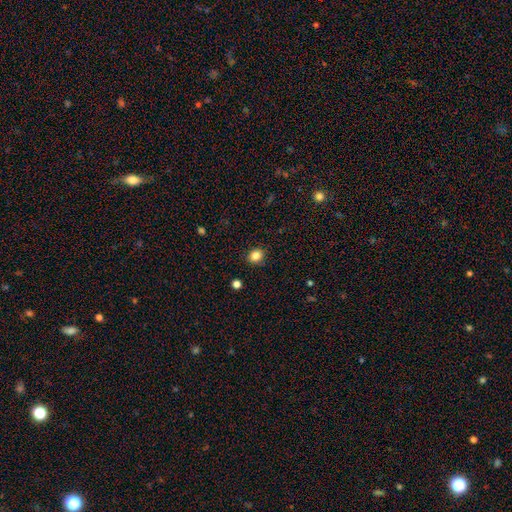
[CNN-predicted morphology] smooth 84%, star or artifact 11%, featured or disk 5%. Down the decision tree: how rounded — round (74%); merging — none (89%).